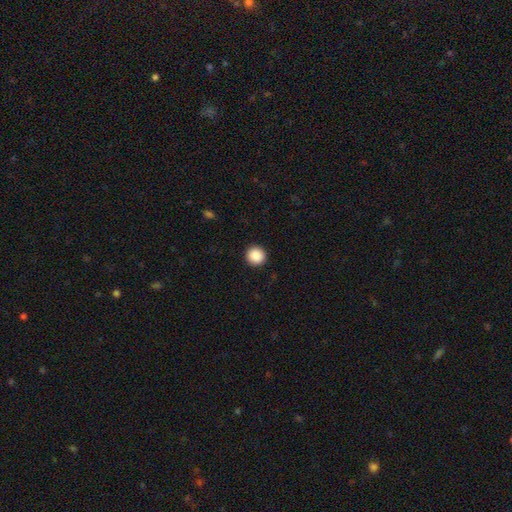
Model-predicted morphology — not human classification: A smooth galaxy with no disk features (89%) that is round (95%). Merging: none (93%).